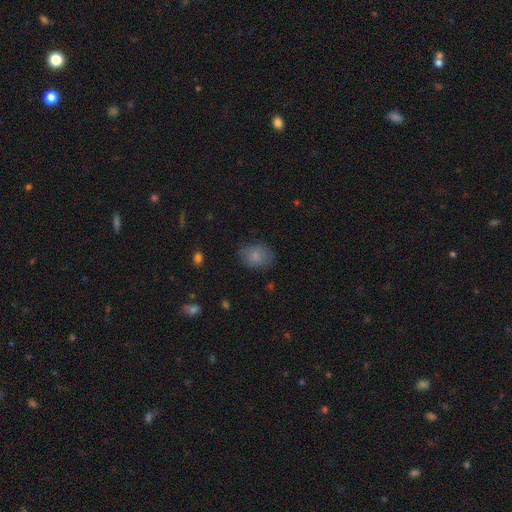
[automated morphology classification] smooth_or_featured: smooth (p=0.83) [alt: featured or disk p=0.09]
how_rounded: in between (p=0.59) [alt: round p=0.40]
merging: none (p=0.74) [alt: minor disturbance p=0.20]